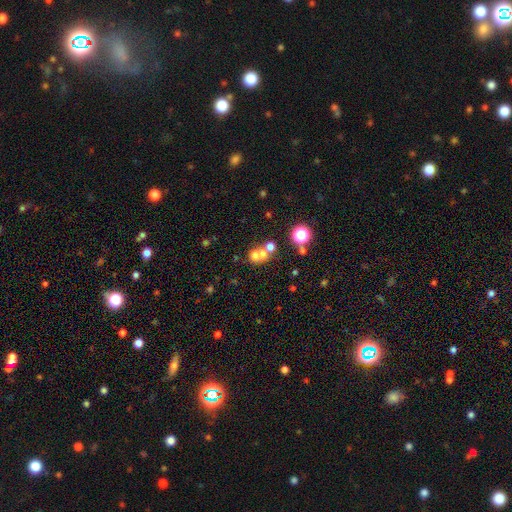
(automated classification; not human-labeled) This is likely a smooth galaxy (60%). How rounded: likely round (77%). Merging: possibly merger (55%).